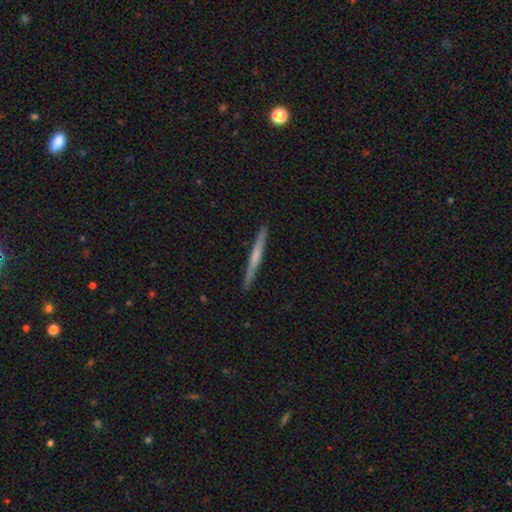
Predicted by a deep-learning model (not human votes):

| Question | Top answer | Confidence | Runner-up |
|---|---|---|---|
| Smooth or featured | featured or disk | 52% | smooth (43%) |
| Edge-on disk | yes | 97% | no (3%) |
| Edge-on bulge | none | 63% | rounded (28%) |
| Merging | none | 91% | minor disturbance (6%) |